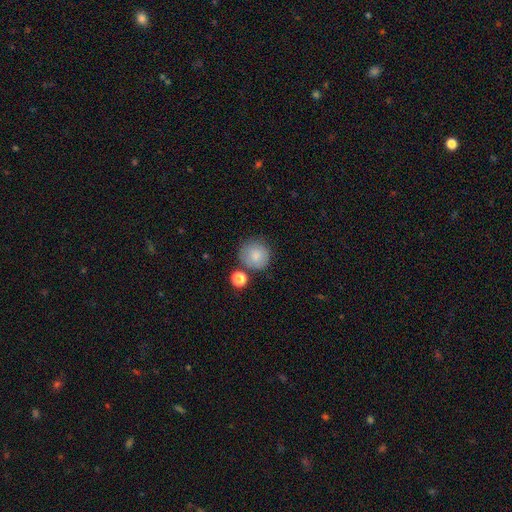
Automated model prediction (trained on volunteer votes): This is clearly a smooth galaxy (83%). How rounded: clearly round (92%). Merging: likely none (71%).